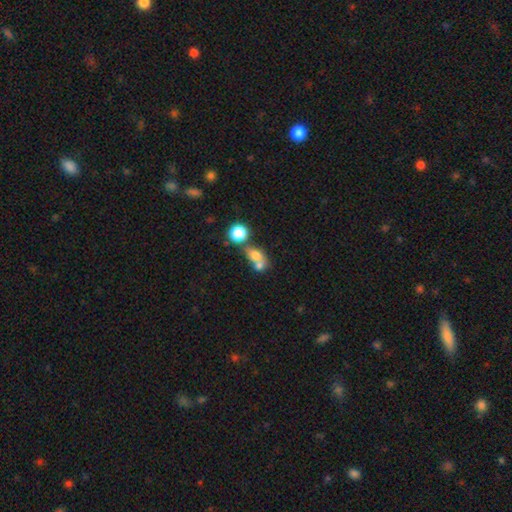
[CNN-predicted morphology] smooth 71%, featured or disk 17%, star or artifact 12%. Down the decision tree: how rounded — in between (51%); merging — merger (56%).